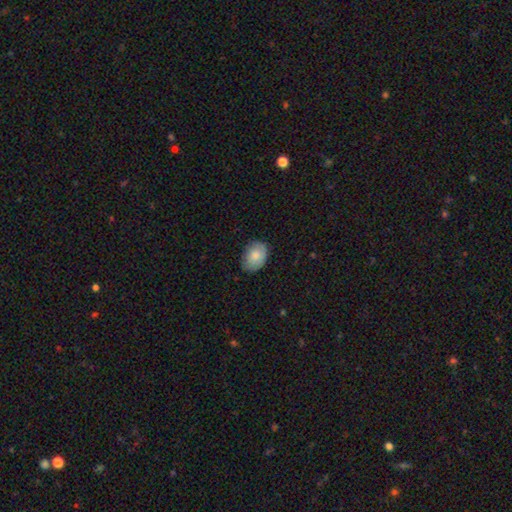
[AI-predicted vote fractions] smooth_or_featured: smooth (p=0.82) [alt: featured or disk p=0.12]
how_rounded: in between (p=0.80) [alt: round p=0.19]
merging: none (p=0.74) [alt: minor disturbance p=0.21]